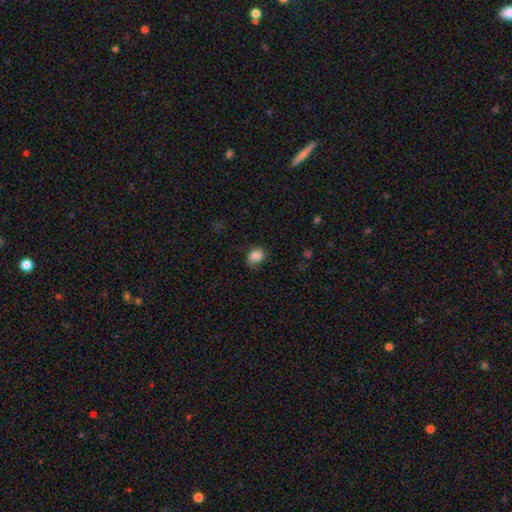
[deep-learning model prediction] This is clearly a smooth galaxy (85%). How rounded: possibly in between (56%). Merging: likely none (65%).